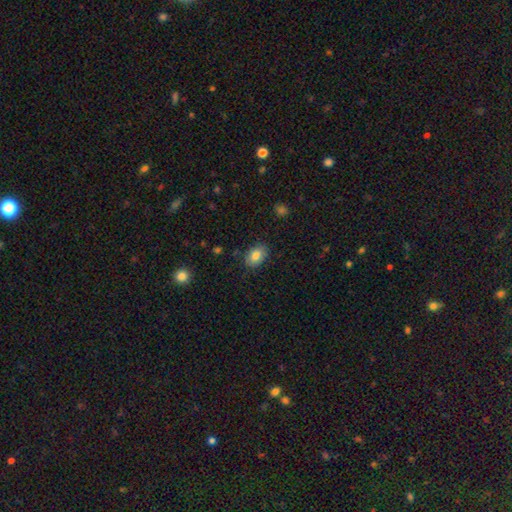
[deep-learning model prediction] Q: Smooth or featured?
A: smooth (82%); runner-up: featured or disk (10%)
Q: How rounded?
A: in between (80%); runner-up: round (19%)
Q: Merging?
A: none (85%); runner-up: minor disturbance (12%)